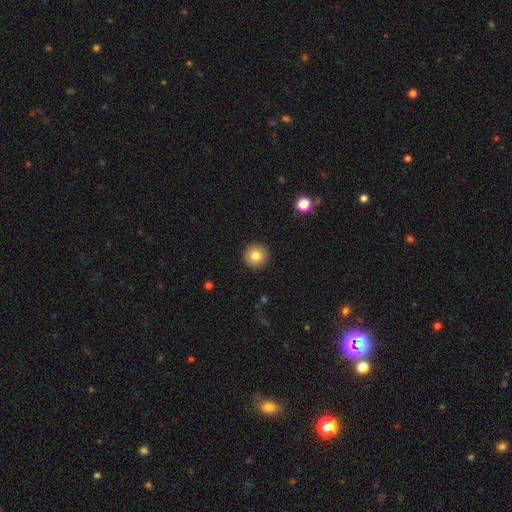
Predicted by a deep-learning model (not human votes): Smooth or featured?
  - smooth: 81% *
  - star or artifact: 10%
  - featured or disk: 9%
How rounded?
  - round: 96% *
  - in between: 3%
  - cigar-shaped: 1%
Merging?
  - none: 93% *
  - minor disturbance: 4%
  - major disturbance: 2%
  - merger: 1%